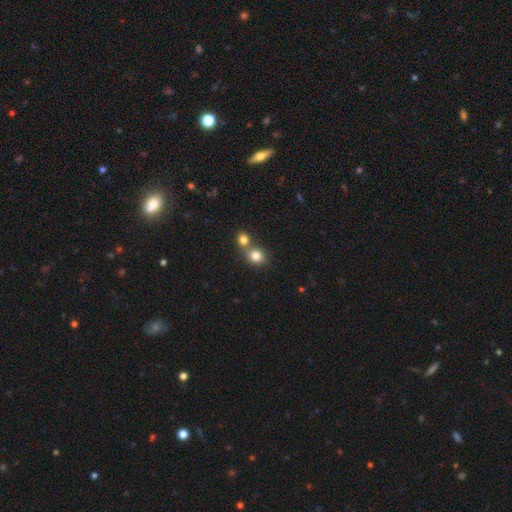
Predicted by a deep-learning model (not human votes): A smooth galaxy with no disk features (81%) that is round (69%). Merging: merger (48%).